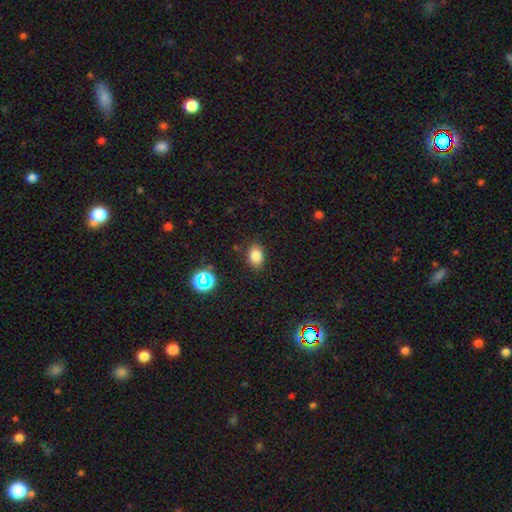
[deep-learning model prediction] Morphology: type=smooth (80%); roundness=in between (66%); merging=none (82%).